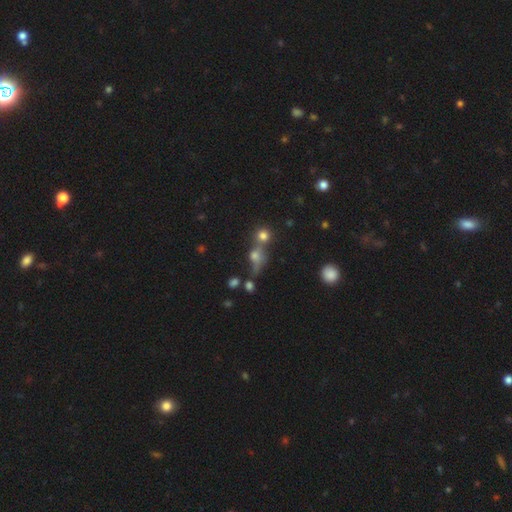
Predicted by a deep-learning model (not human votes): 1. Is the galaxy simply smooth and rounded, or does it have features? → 54% smooth, 26% star or artifact, 21% featured or disk.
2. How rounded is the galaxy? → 65% round, 24% in between, 10% cigar-shaped.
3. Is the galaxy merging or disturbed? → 42% none, 40% merger, 10% minor disturbance, 7% major disturbance.